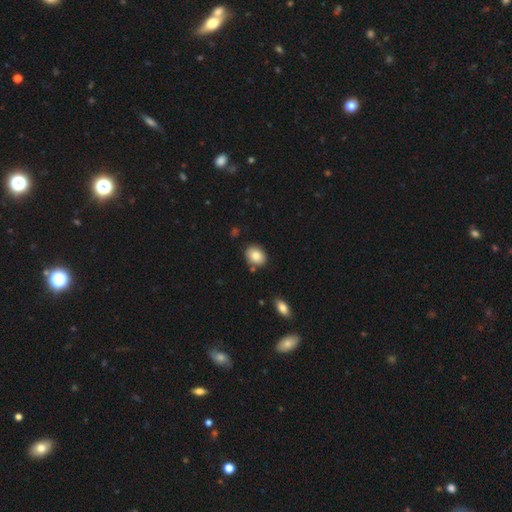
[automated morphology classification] Smooth or featured: smooth — 83% (featured or disk — 9%)
How rounded: in between — 60% (round — 39%)
Merging: none — 82% (minor disturbance — 11%)